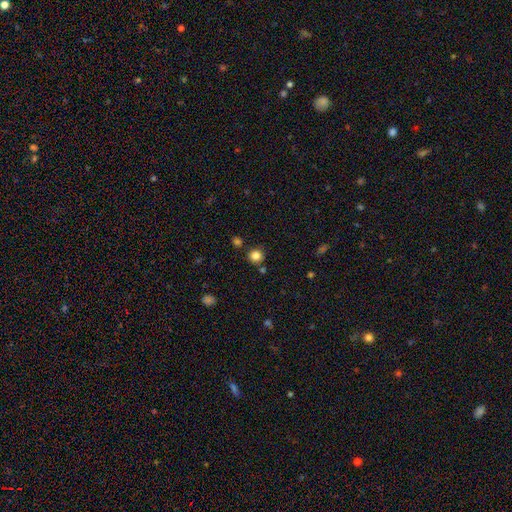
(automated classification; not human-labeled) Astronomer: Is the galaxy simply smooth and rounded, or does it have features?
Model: smooth — 83%.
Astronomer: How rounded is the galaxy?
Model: round — 91%.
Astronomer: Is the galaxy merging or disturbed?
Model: none — 83%.